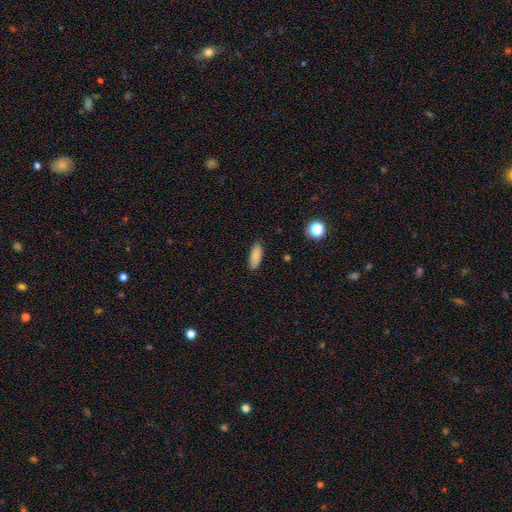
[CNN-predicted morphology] Smooth or featured: smooth — 86% (star or artifact — 8%)
How rounded: in between — 67% (cigar-shaped — 31%)
Merging: none — 87% (minor disturbance — 10%)